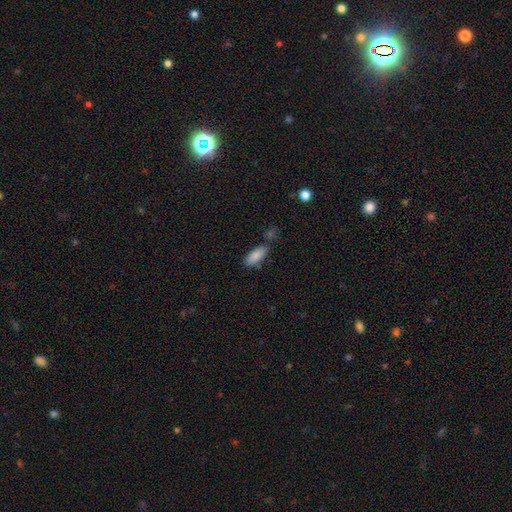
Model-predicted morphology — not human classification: Smooth or featured?
  - smooth: 86% *
  - featured or disk: 7%
  - star or artifact: 7%
How rounded?
  - in between: 79% *
  - cigar-shaped: 19%
  - round: 2%
Merging?
  - none: 72% *
  - minor disturbance: 16%
  - merger: 9%
  - major disturbance: 4%